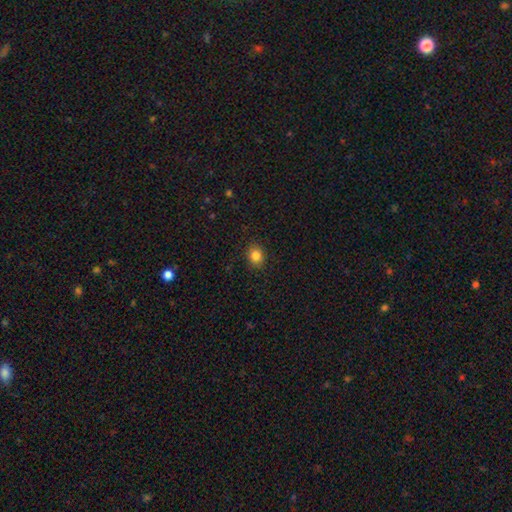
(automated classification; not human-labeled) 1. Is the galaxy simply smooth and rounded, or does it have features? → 84% smooth, 11% star or artifact, 5% featured or disk.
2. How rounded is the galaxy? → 63% round, 36% in between, 1% cigar-shaped.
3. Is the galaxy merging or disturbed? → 88% none, 8% minor disturbance, 2% major disturbance, 1% merger.